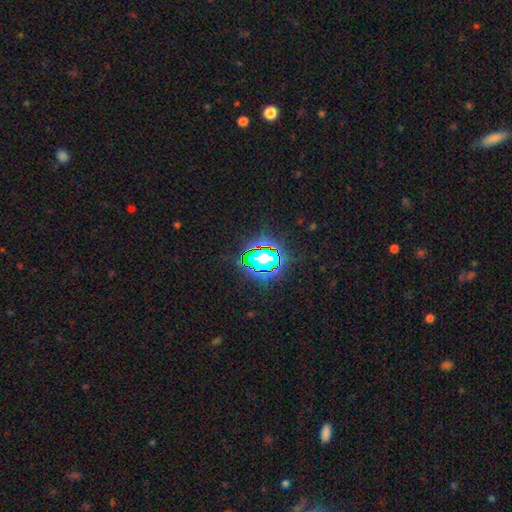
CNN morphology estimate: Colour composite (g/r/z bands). It shows a star or artifact, not a galaxy (64%).